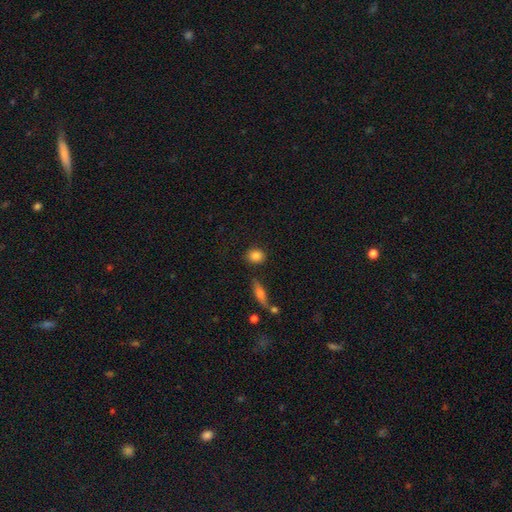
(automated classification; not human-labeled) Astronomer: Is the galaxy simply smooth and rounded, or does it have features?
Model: smooth — 85%.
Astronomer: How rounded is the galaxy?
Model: round — 63%.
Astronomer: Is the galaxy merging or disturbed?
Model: none — 84%.